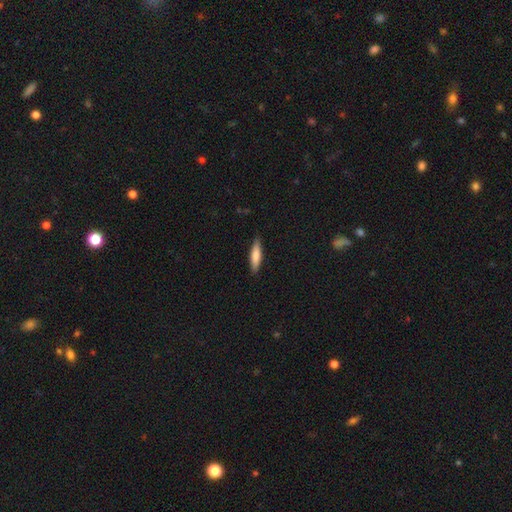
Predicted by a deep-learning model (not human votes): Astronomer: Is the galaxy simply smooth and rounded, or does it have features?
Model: smooth — 76%.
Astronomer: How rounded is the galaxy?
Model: cigar-shaped — 73%.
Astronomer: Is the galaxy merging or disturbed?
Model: none — 88%.